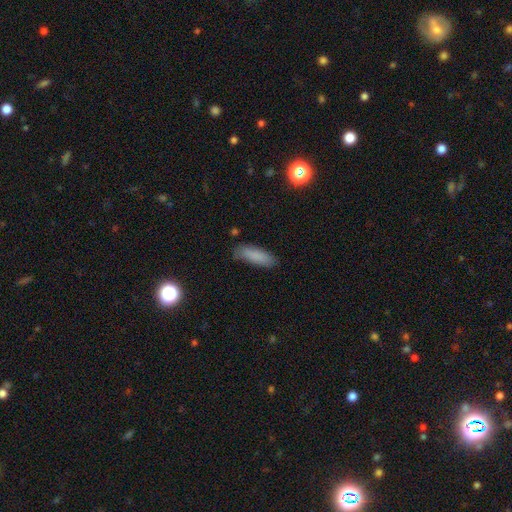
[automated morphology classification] This is clearly a smooth galaxy (84%). How rounded: possibly cigar-shaped (53%). Merging: clearly none (81%).